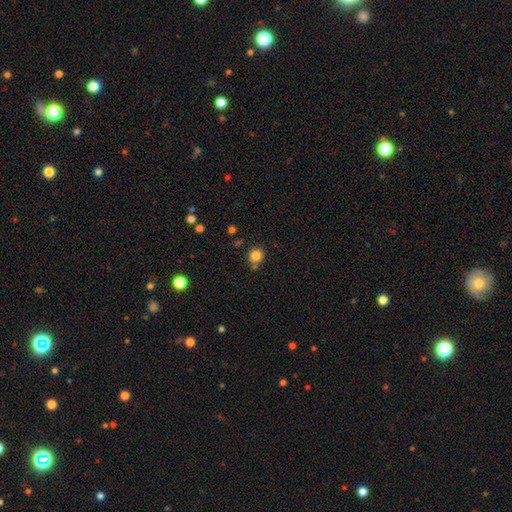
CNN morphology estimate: Q: Smooth or featured?
A: smooth (84%); runner-up: star or artifact (11%)
Q: How rounded?
A: round (89%); runner-up: in between (10%)
Q: Merging?
A: none (75%); runner-up: minor disturbance (12%)